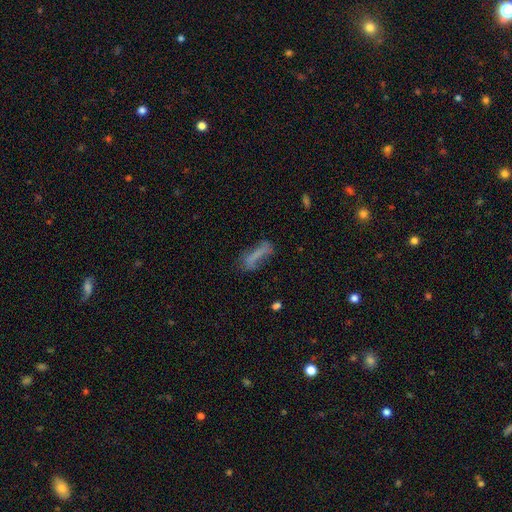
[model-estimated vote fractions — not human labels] Smooth or featured: smooth — 57% (featured or disk — 30%)
How rounded: cigar-shaped — 62% (in between — 35%)
Merging: none — 46% (minor disturbance — 27%)